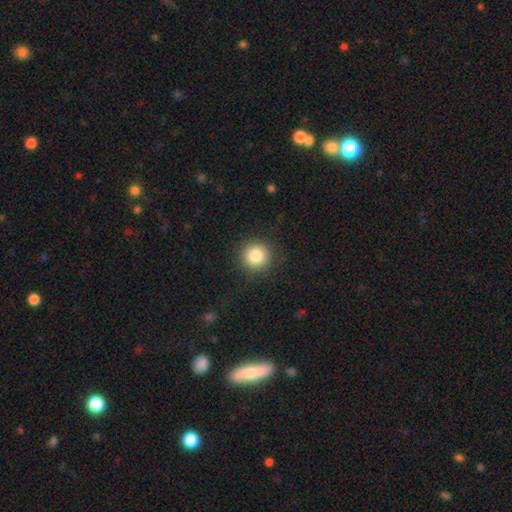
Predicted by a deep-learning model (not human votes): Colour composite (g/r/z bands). It shows a smooth galaxy with no disk features (84%) that is round (94%). Merging: none (89%).